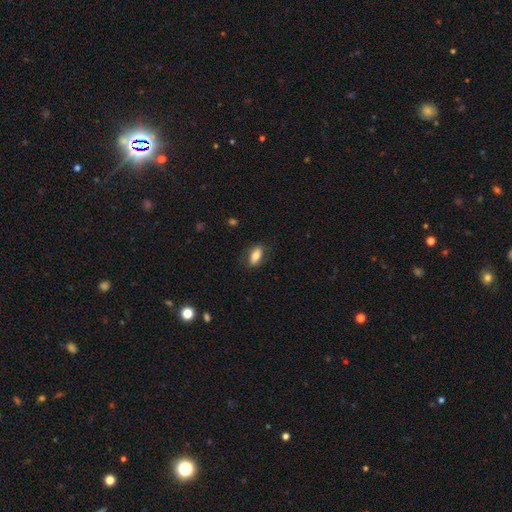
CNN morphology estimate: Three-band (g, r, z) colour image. It shows a smooth galaxy with no disk features (78%) that is in between round and cigar-shaped (85%). Merging: none (80%).